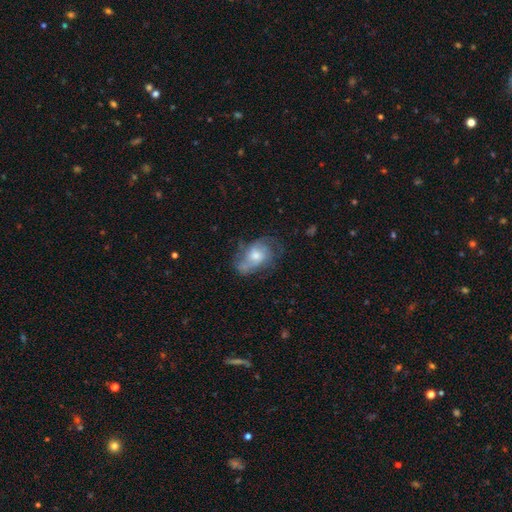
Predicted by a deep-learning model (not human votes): This appears to be a featured or disk galaxy (61%) with no bar (68%), spiral arms (76%) and a moderate central bulge (58%). Merging: none (51%).